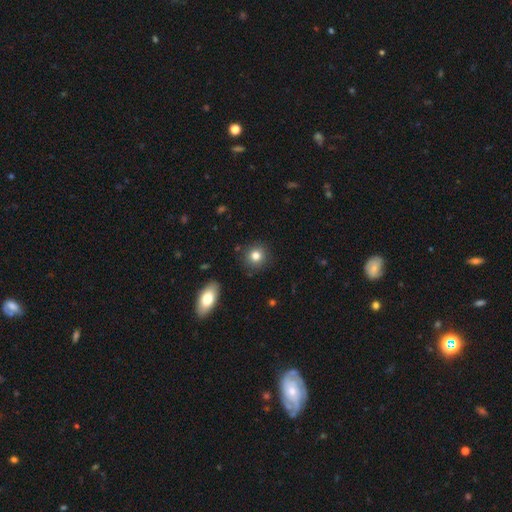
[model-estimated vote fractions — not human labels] Smooth or featured? smooth (80%)
How rounded? round (89%)
Merging? none (88%)